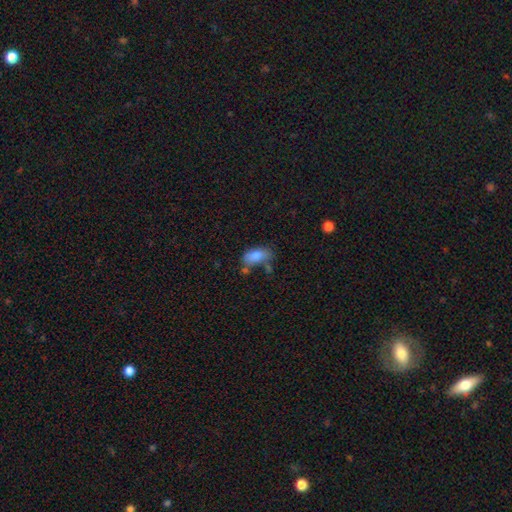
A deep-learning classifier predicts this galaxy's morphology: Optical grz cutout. It shows a smooth galaxy with no disk features (79%) that is in between round and cigar-shaped (90%). Merging: none (49%).